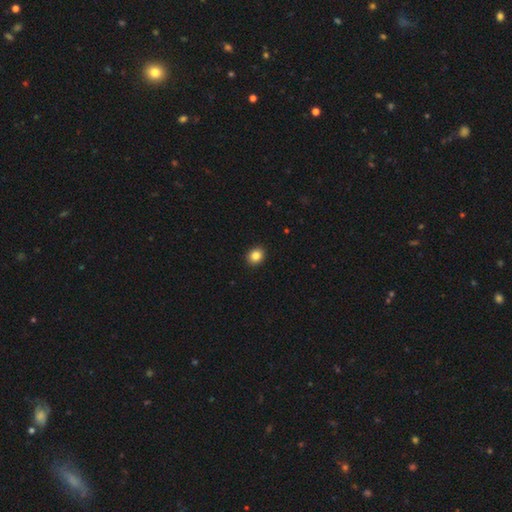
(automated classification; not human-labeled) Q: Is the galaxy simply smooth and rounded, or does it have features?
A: smooth — 85%.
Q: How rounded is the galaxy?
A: round — 61%.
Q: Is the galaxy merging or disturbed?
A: none — 92%.